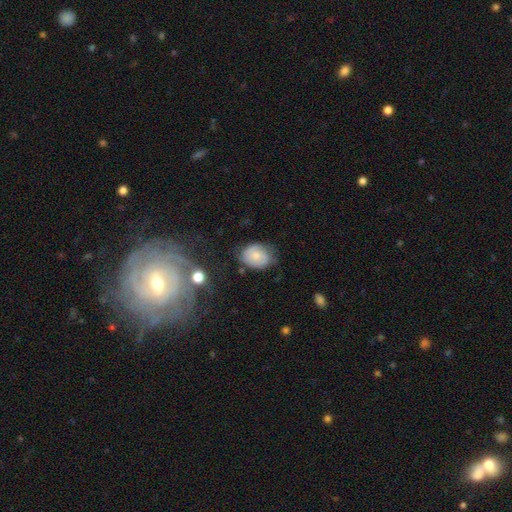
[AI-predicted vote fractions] Overall: smooth (69%). How rounded: in between (58%; round 41%). Merging: none (61%; minor disturbance 28%).